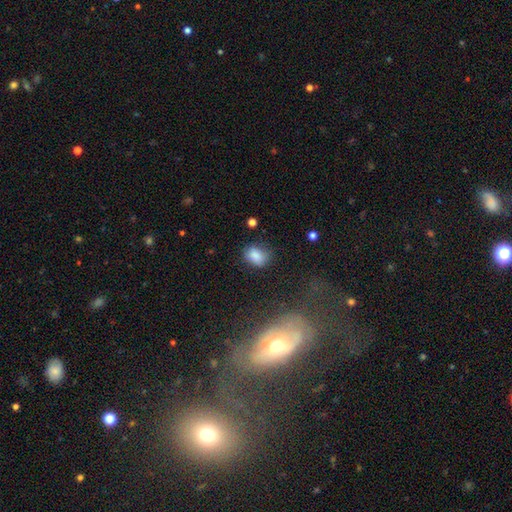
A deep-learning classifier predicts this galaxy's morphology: smooth_or_featured: smooth (p=0.83) [alt: star or artifact p=0.10]
how_rounded: in between (p=0.67) [alt: round p=0.32]
merging: none (p=0.64) [alt: minor disturbance p=0.26]